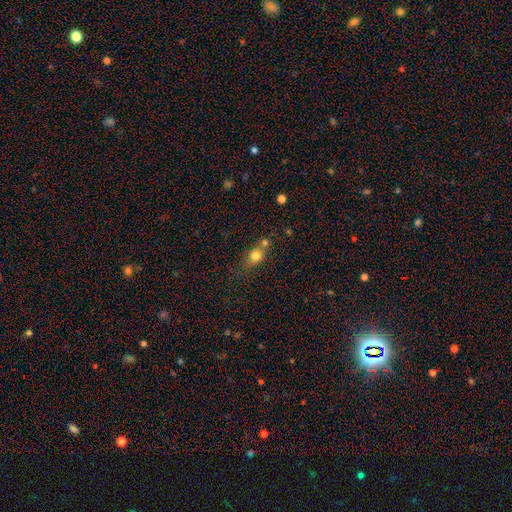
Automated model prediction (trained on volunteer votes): The model was most divided on "merging": none: 44%, merger: 38%, minor disturbance: 13%, major disturbance: 5%. More confident: smooth or featured — smooth (77%); how rounded — round (60%).